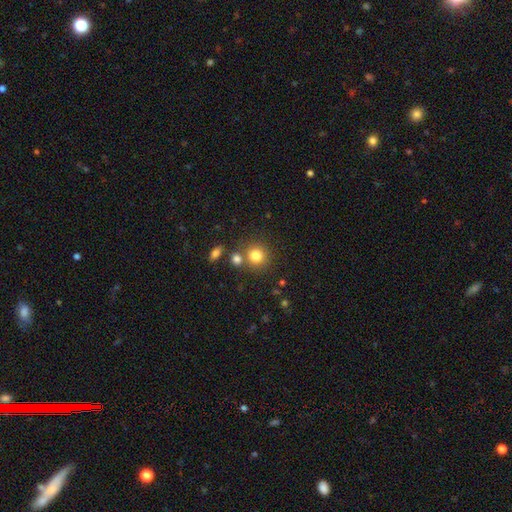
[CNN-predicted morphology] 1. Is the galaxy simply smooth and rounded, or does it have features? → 80% smooth, 12% star or artifact, 8% featured or disk.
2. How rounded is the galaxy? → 89% round, 10% in between, 1% cigar-shaped.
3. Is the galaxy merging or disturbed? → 71% none, 17% merger, 9% minor disturbance, 4% major disturbance.